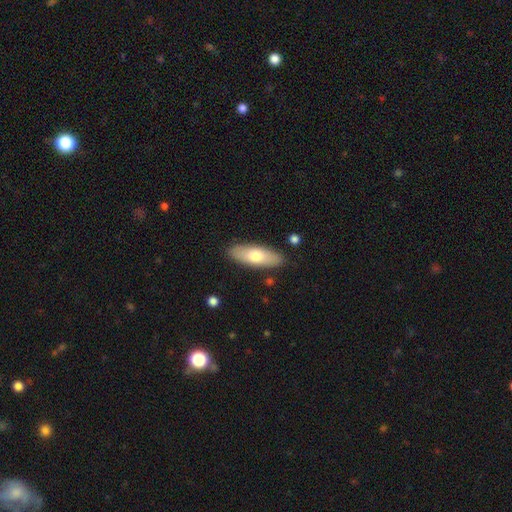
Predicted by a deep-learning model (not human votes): The model was most divided on "how rounded": in between: 63%, cigar-shaped: 35%, round: 2%. More confident: merging — none (87%); smooth or featured — smooth (70%).